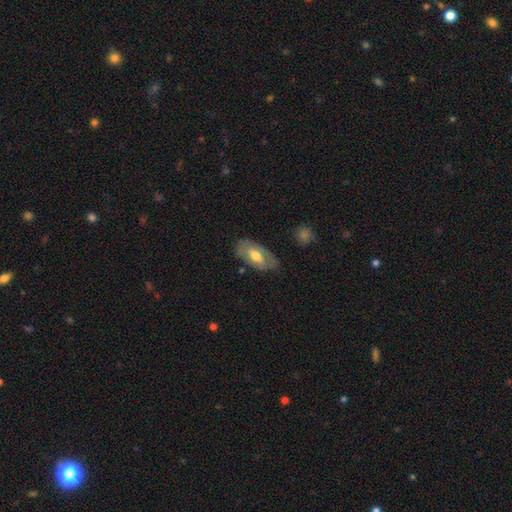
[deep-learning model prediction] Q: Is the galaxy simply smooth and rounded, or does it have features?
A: featured or disk — 51%.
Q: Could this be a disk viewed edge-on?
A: no — 87%.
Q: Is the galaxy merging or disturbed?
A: none — 72%.